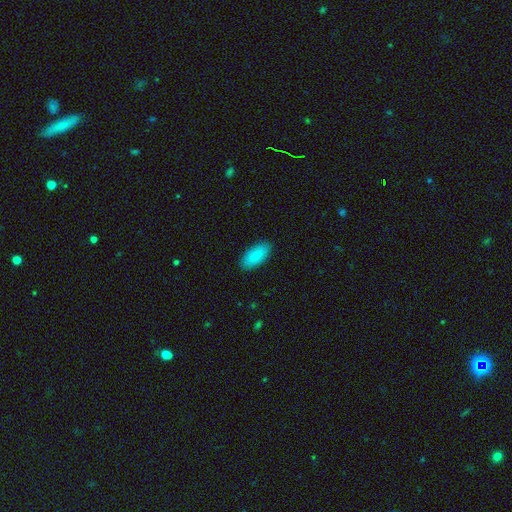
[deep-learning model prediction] The model was most divided on "smooth or featured": smooth: 86%, featured or disk: 8%, star or artifact: 6%. More confident: how rounded — in between (90%); merging — none (89%).